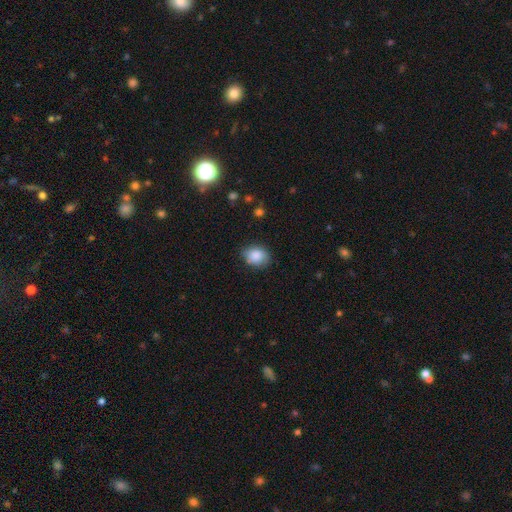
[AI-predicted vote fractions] Morphology: type=smooth (86%); roundness=in between (53%); merging=none (75%).